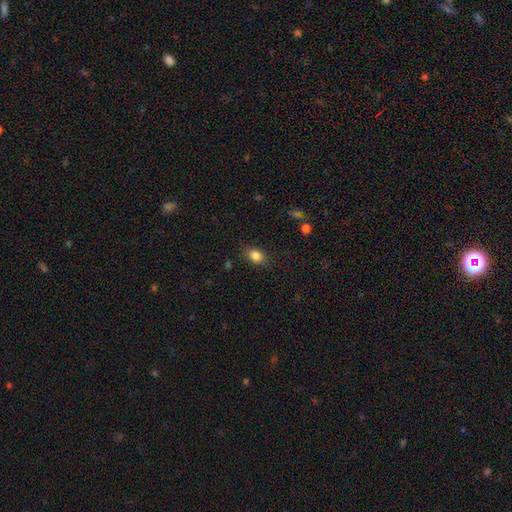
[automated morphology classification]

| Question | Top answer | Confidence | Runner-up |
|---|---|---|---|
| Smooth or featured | smooth | 84% | star or artifact (10%) |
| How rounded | in between | 61% | round (38%) |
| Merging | none | 80% | minor disturbance (14%) |